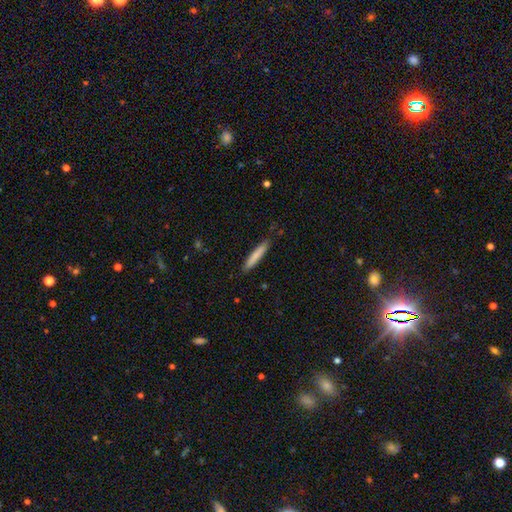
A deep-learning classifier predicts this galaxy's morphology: Smooth or featured? Predicted: smooth (p=0.79). How rounded? Predicted: cigar-shaped (p=0.92). Merging? Predicted: none (p=0.85).